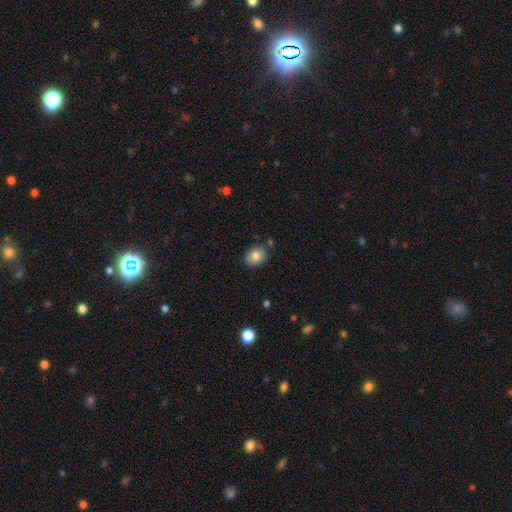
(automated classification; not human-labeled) Smooth or featured? smooth (81%)
How rounded? in between (51%)
Merging? none (82%)